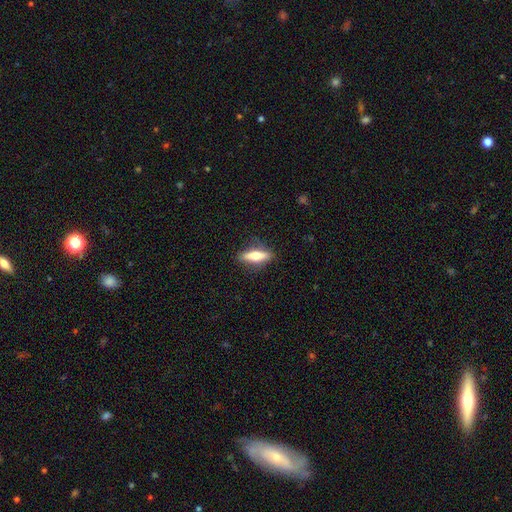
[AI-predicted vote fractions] Smooth or featured?
  - smooth: 54% *
  - featured or disk: 40%
  - star or artifact: 6%
How rounded?
  - cigar-shaped: 57% *
  - in between: 40%
  - round: 3%
Merging?
  - none: 83% *
  - minor disturbance: 12%
  - major disturbance: 3%
  - merger: 1%